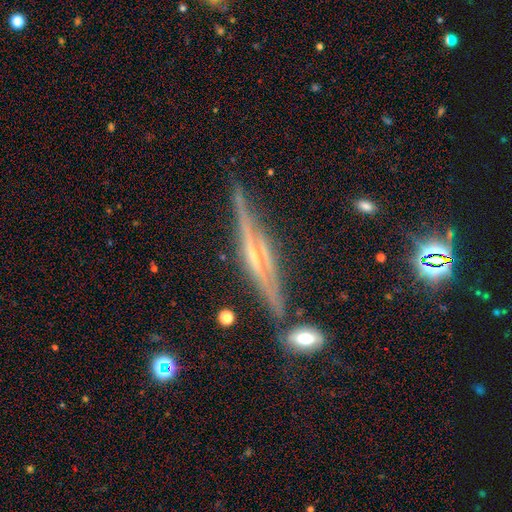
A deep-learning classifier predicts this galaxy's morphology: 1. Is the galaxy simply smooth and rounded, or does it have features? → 82% featured or disk, 9% smooth, 9% star or artifact.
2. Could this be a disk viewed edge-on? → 96% yes, 4% no.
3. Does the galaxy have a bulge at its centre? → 60% rounded, 23% none, 17% boxy.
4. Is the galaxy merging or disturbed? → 80% none, 12% minor disturbance, 5% merger, 3% major disturbance.